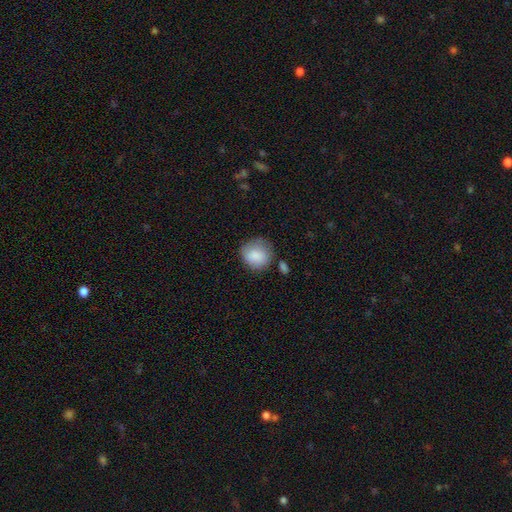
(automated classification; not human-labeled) smooth_or_featured: smooth (p=0.85) [alt: featured or disk p=0.08]
how_rounded: round (p=0.85) [alt: in between p=0.14]
merging: none (p=0.62) [alt: minor disturbance p=0.24]